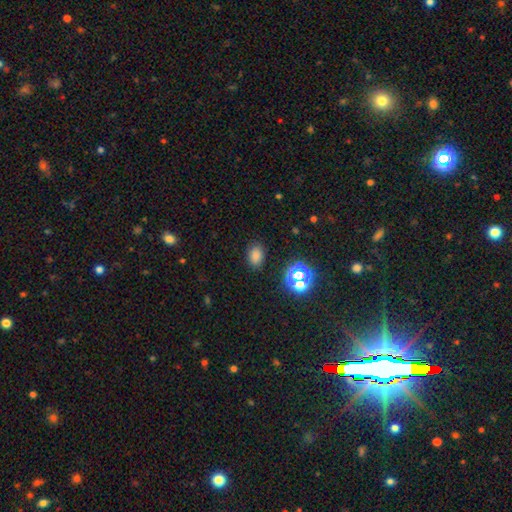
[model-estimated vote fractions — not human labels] smooth_or_featured: smooth (p=0.75) [alt: star or artifact p=0.19]
how_rounded: in between (p=0.77) [alt: round p=0.21]
merging: none (p=0.83) [alt: minor disturbance p=0.11]